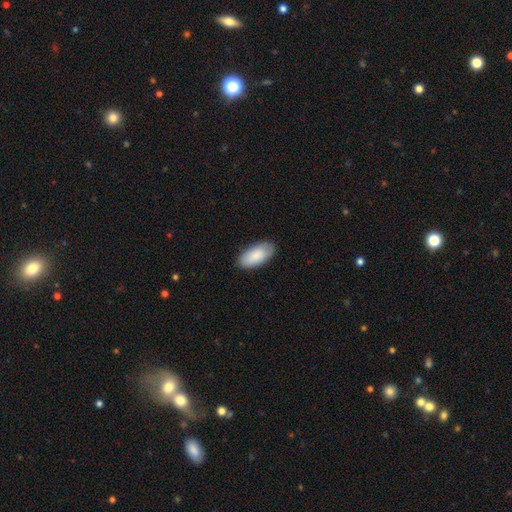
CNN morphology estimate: Overall: smooth (87%). How rounded: in between (94%). Merging: none (84%).